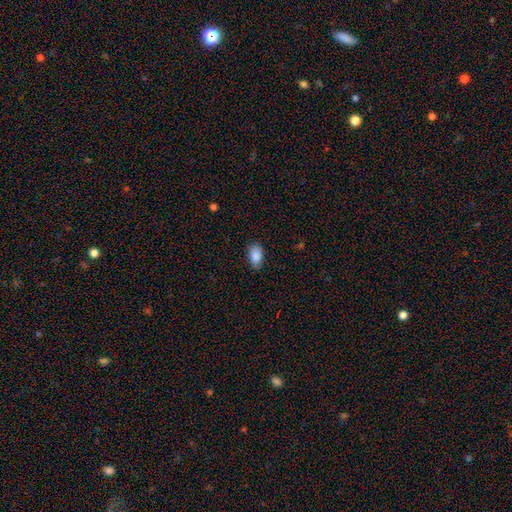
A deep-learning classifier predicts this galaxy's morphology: smooth-or-featured: smooth: 89% | star or artifact: 7% | featured or disk: 4%
  how-rounded: in between: 92% | round: 6% | cigar-shaped: 2%
  merging: none: 80% | minor disturbance: 16% | major disturbance: 3% | merger: 1%